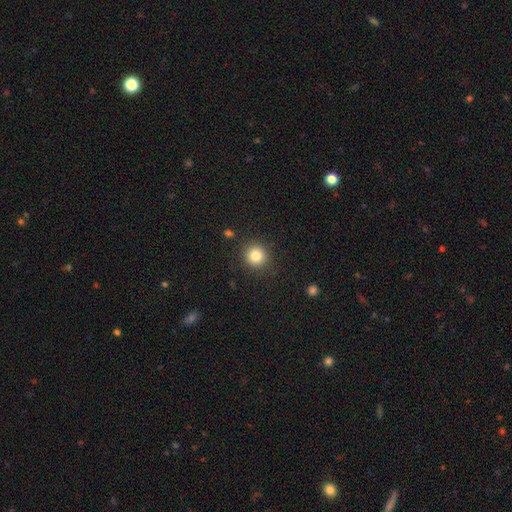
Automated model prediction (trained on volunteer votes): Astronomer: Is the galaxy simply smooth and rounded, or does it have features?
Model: smooth — 83%.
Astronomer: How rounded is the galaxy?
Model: round — 93%.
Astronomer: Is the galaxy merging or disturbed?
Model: none — 90%.